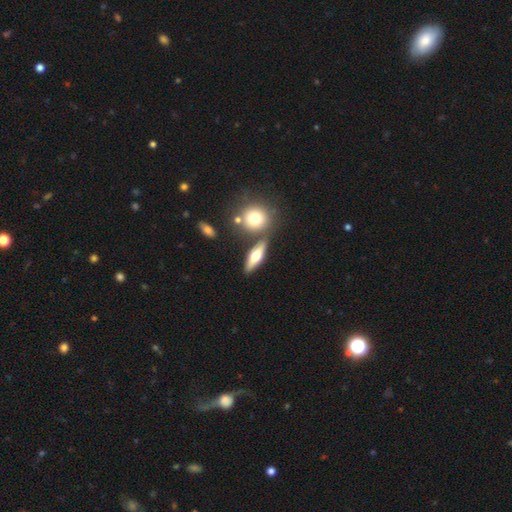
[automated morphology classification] This is possibly a smooth galaxy (48%). Merging: likely none (73%).